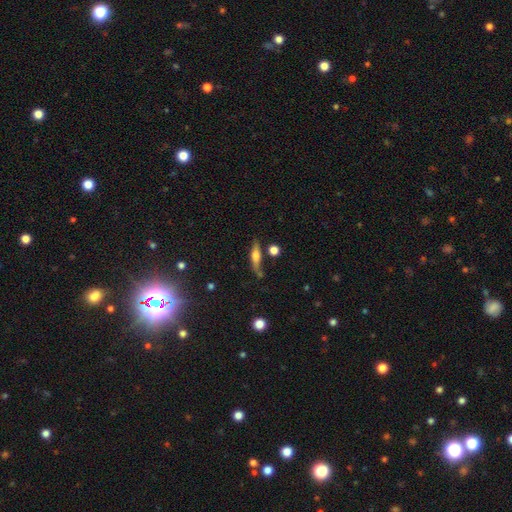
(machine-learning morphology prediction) smooth-or-featured: featured or disk: 49% | smooth: 42% | star or artifact: 9%
  merging: none: 67% | minor disturbance: 19% | merger: 7% | major disturbance: 7%